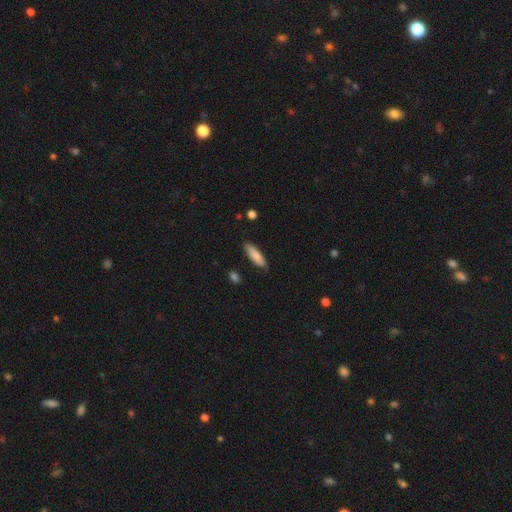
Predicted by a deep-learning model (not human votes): Morphology: type=smooth (85%); roundness=cigar-shaped (50%); merging=none (86%).